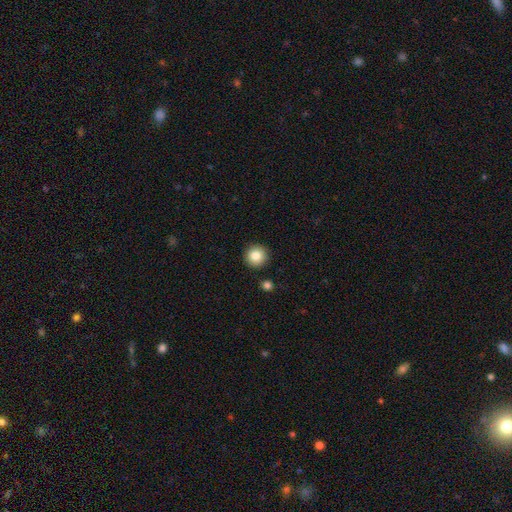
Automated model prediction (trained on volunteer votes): smooth_or_featured: smooth (p=0.85) [alt: star or artifact p=0.09]
how_rounded: round (p=0.95) [alt: in between p=0.04]
merging: none (p=0.90) [alt: minor disturbance p=0.06]